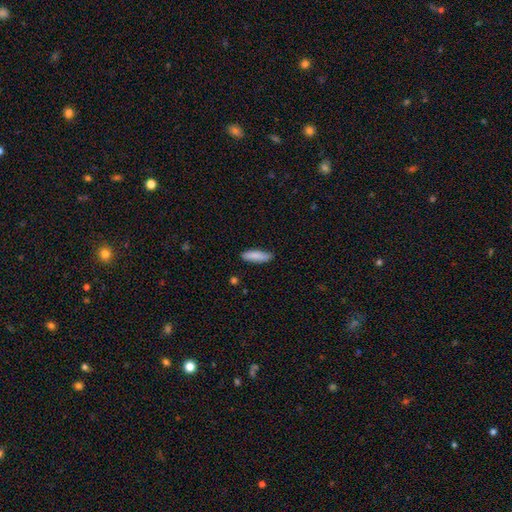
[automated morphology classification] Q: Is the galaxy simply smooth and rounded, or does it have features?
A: smooth — 88%.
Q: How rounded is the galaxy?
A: cigar-shaped — 55%.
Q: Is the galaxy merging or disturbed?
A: none — 84%.